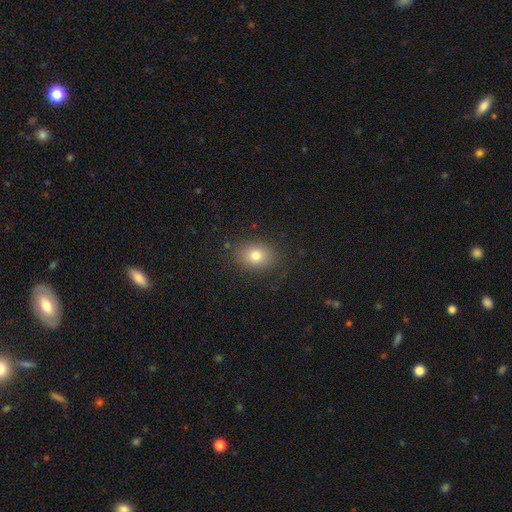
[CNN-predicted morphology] The model was most divided on "how rounded": in between: 61%, round: 38%, cigar-shaped: 1%. More confident: merging — none (84%); smooth or featured — smooth (78%).